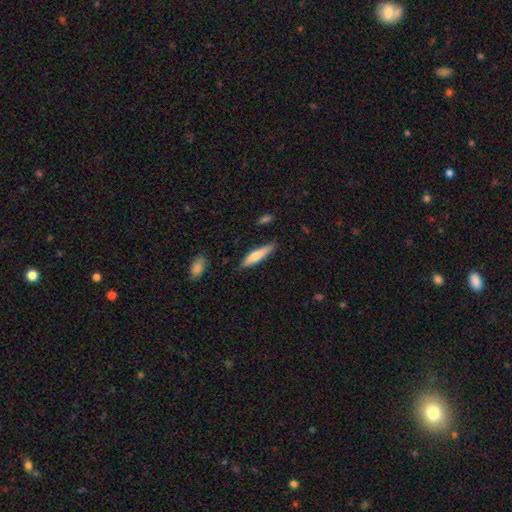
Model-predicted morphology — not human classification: smooth 70%, featured or disk 25%, star or artifact 6%. Down the decision tree: how rounded — cigar-shaped (79%); merging — none (79%).